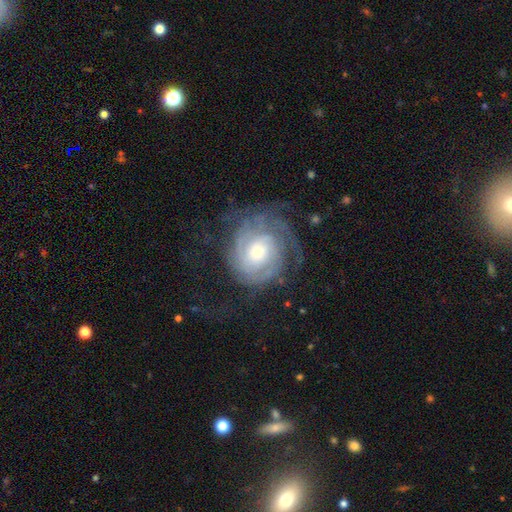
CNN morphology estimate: Smooth or featured? Predicted: featured or disk (p=0.80). Edge-on disk? Predicted: no (p=0.98). Bar? Predicted: no (p=0.71). Spiral arms? Predicted: yes (p=0.93). Spiral winding? Predicted: tight (p=0.62). Spiral arm count? Predicted: can't tell (p=0.34). Bulge size? Predicted: moderate (p=0.49). Merging? Predicted: none (p=0.60).